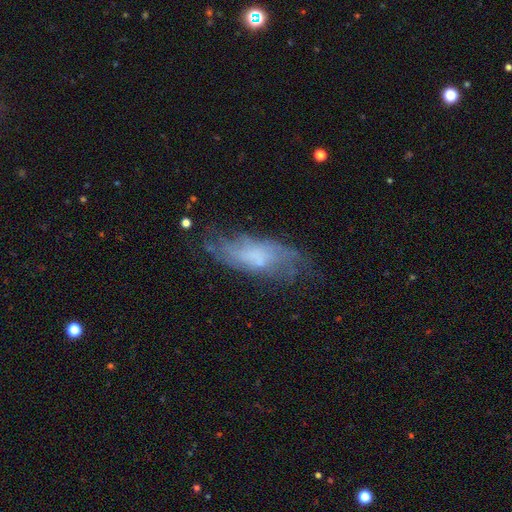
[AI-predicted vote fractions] This appears to be a featured or disk galaxy (51%). Merging: none (58%).